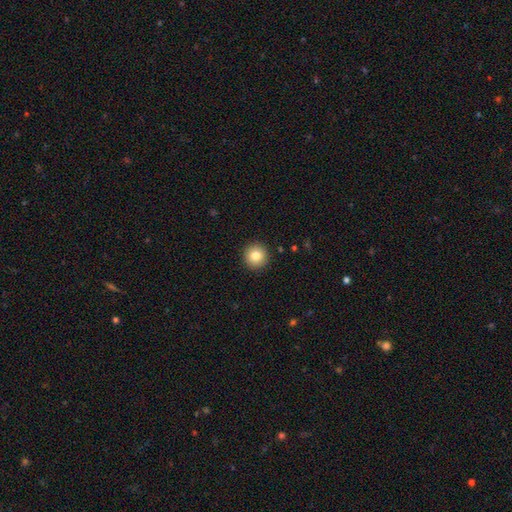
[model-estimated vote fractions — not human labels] Smooth or featured? smooth (82%)
How rounded? round (96%)
Merging? none (93%)